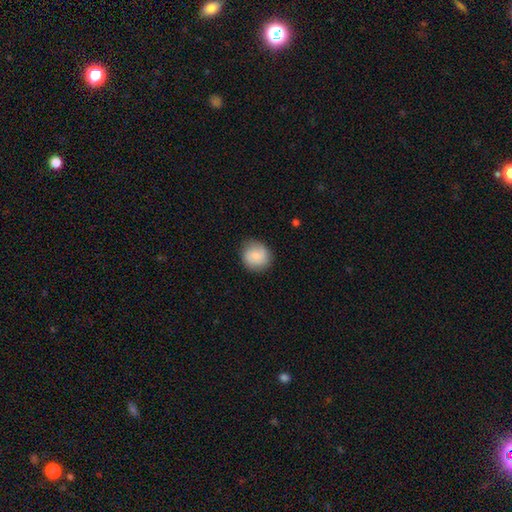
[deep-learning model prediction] smooth_or_featured: smooth (p=0.71) [alt: featured or disk p=0.22]
how_rounded: round (p=0.88) [alt: in between p=0.11]
merging: none (p=0.84) [alt: minor disturbance p=0.12]